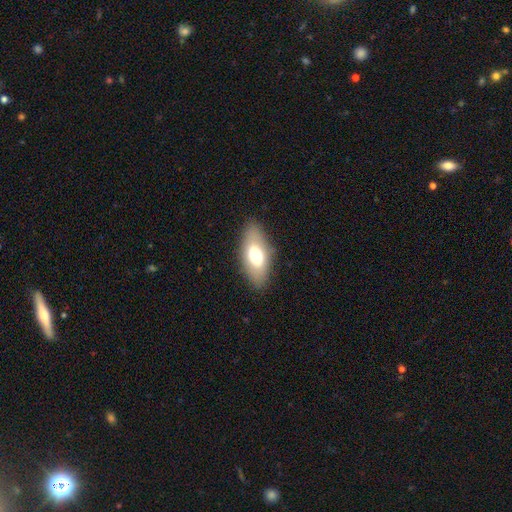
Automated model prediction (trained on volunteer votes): This is likely a smooth galaxy (67%). How rounded: clearly in between (88%). Merging: clearly none (82%).